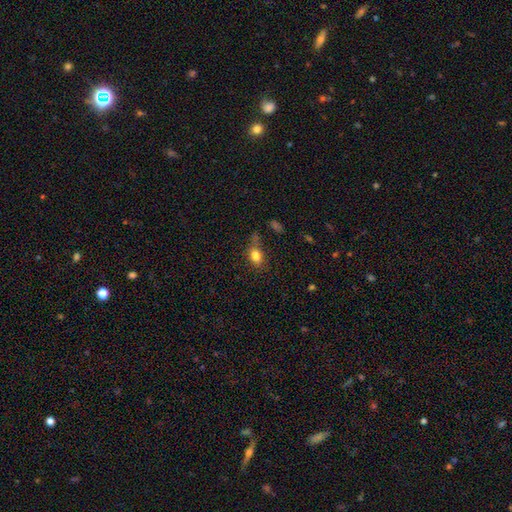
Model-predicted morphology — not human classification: Q: Smooth or featured?
A: smooth (81%); runner-up: star or artifact (11%)
Q: How rounded?
A: in between (68%); runner-up: round (28%)
Q: Merging?
A: none (56%); runner-up: minor disturbance (26%)